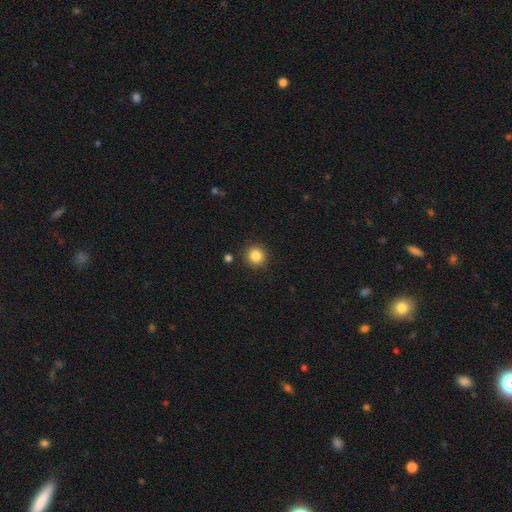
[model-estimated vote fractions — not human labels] A smooth galaxy with no disk features (85%) that is round (94%).

Vote fractions:
- Smooth or featured? smooth: 85% / star or artifact: 11% / featured or disk: 4%
- How rounded? round: 94% / in between: 5% / cigar-shaped: 1%
- Merging? none: 90% / minor disturbance: 6% / major disturbance: 2% / merger: 2%